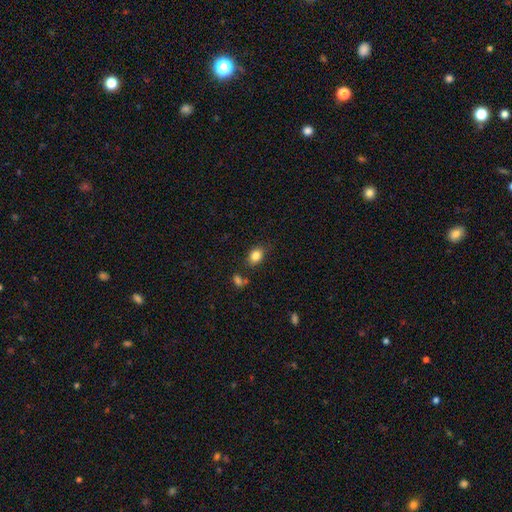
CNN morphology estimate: Smooth or featured?
  - smooth: 84% *
  - star or artifact: 10%
  - featured or disk: 7%
How rounded?
  - in between: 70% *
  - round: 28%
  - cigar-shaped: 1%
Merging?
  - none: 77% *
  - minor disturbance: 14%
  - merger: 5%
  - major disturbance: 4%